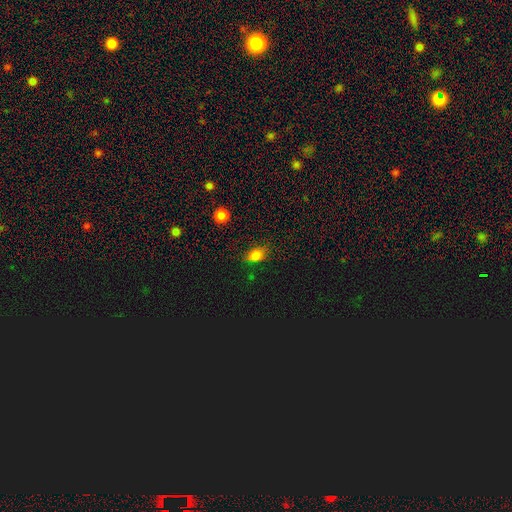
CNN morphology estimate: Smooth or featured? Predicted: smooth (p=0.81). How rounded? Predicted: in between (p=0.79). Merging? Predicted: none (p=0.71).